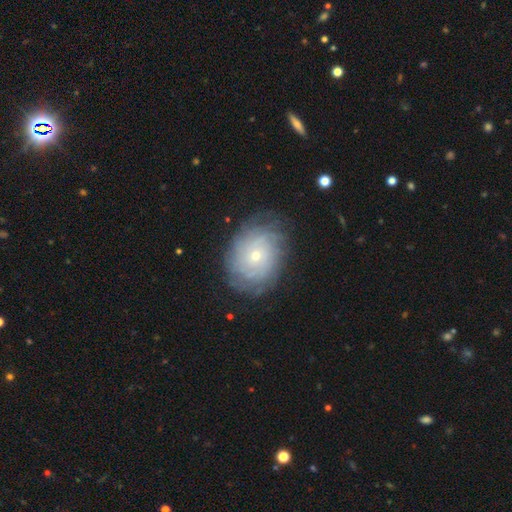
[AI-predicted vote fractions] This appears to be a featured or disk galaxy (70%) with no bar (82%), tight (76%) spiral arms (86%) and a small central bulge (70%). Merging: none (78%).